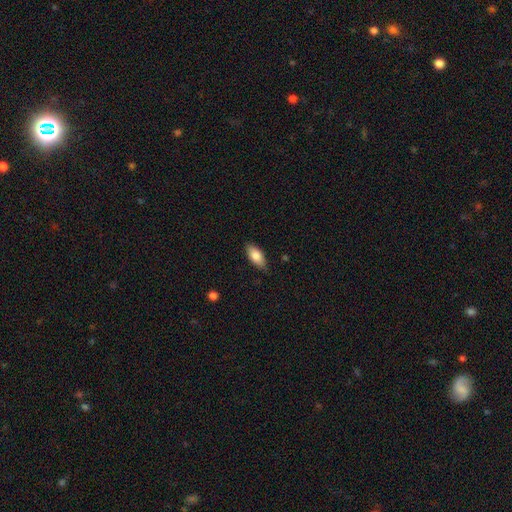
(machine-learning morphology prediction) A smooth galaxy with no disk features (80%) that is in between round and cigar-shaped (88%). Merging: none (83%).